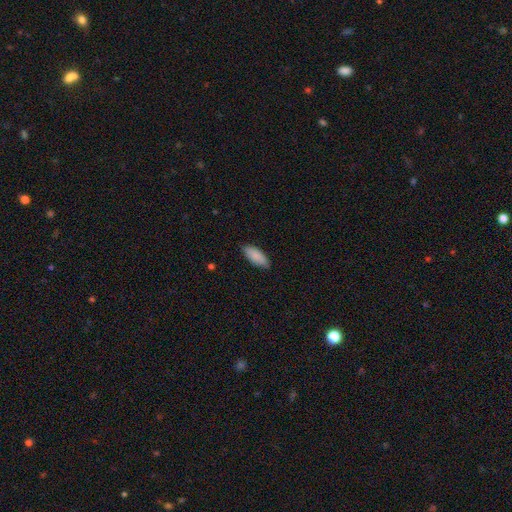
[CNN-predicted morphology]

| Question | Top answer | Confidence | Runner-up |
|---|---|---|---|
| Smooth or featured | smooth | 88% | featured or disk (6%) |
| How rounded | in between | 82% | cigar-shaped (17%) |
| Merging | none | 84% | minor disturbance (13%) |